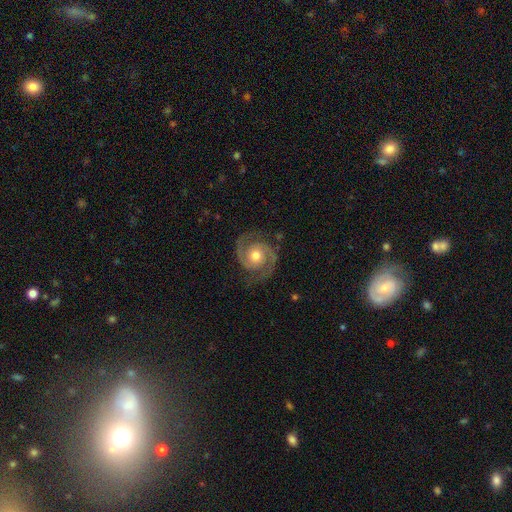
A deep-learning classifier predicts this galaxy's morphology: A featured or disk galaxy (92%) with no bar (74%), 2 (94%) medium (49%) spiral arms (98%) and a moderate central bulge (75%).

Vote fractions:
- Smooth or featured? featured or disk: 92% / star or artifact: 4% / smooth: 4%
- Edge-on disk? no: 98% / yes: 2%
- Bar? no: 74% / weak: 21% / strong: 5%
- Spiral arms? yes: 98% / no: 2%
- Spiral winding? medium: 49% / tight: 43% / loose: 8%
- Spiral arm count? 2: 94% / can't tell: 1% / 3: 1% / 1: 1% / 4: 1% / more than 4: 1%
- Bulge size? moderate: 75% / small: 14% / large: 8% / none: 1% / dominant: 1%
- Merging? none: 84% / minor disturbance: 11% / major disturbance: 4% / merger: 1%